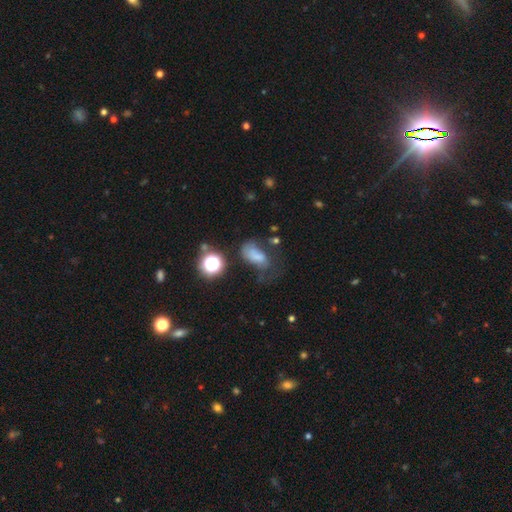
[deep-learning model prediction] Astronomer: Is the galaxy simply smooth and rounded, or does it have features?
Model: smooth — 60%.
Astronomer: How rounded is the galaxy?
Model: in between — 84%.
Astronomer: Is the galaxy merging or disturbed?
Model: major disturbance — 32%, tied with none at 32%.